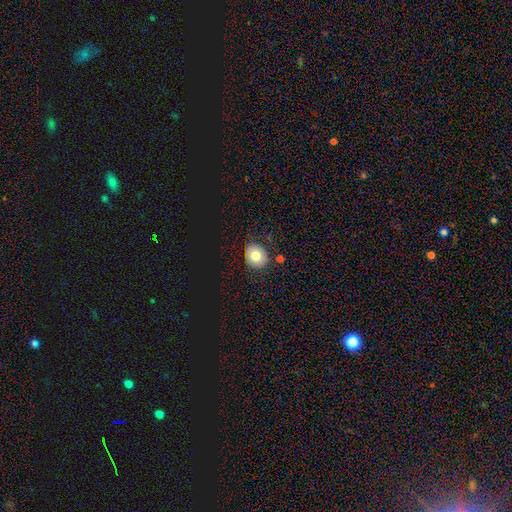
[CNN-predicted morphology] Q: Smooth or featured?
A: smooth (77%); runner-up: star or artifact (12%)
Q: How rounded?
A: round (72%); runner-up: in between (27%)
Q: Merging?
A: none (81%); runner-up: minor disturbance (13%)